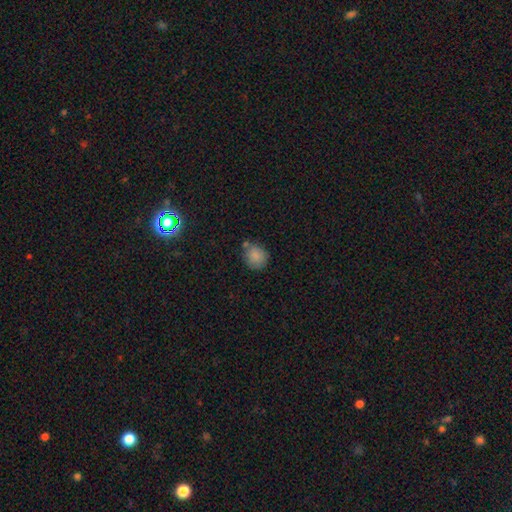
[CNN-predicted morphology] smooth_or_featured: smooth (p=0.86) [alt: star or artifact p=0.09]
how_rounded: round (p=0.78) [alt: in between p=0.21]
merging: none (p=0.66) [alt: minor disturbance p=0.19]